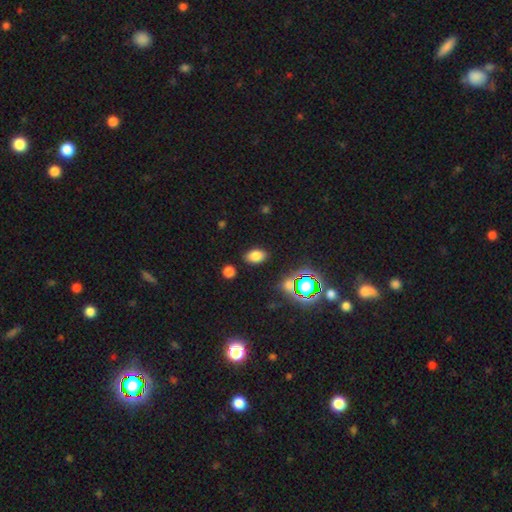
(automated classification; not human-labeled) Smooth or featured?
  - smooth: 76% *
  - star or artifact: 16%
  - featured or disk: 8%
How rounded?
  - in between: 87% *
  - round: 12%
  - cigar-shaped: 2%
Merging?
  - none: 84% *
  - minor disturbance: 10%
  - major disturbance: 3%
  - merger: 2%